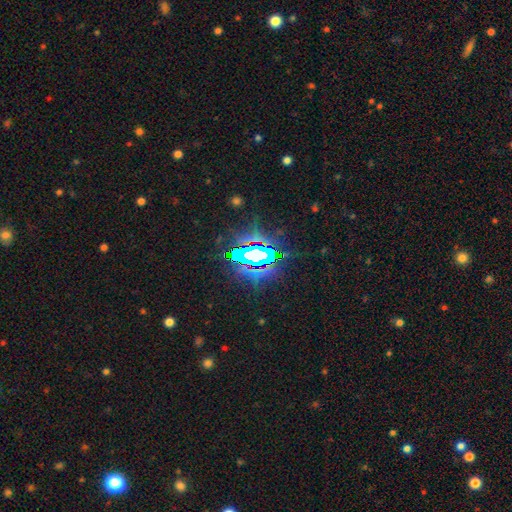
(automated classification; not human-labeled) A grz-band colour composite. It shows a star or artifact, not a galaxy (72%).